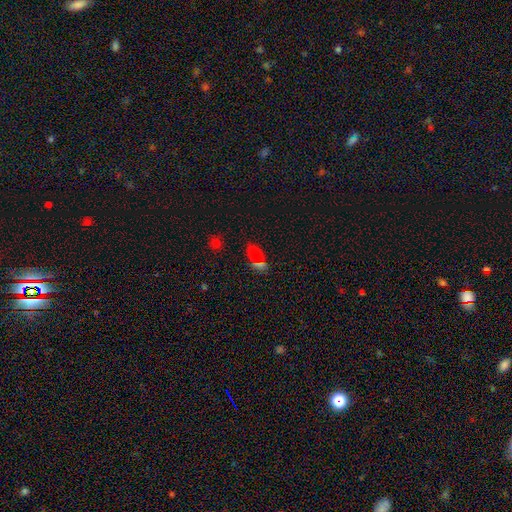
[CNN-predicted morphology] type=smooth (65%); roundness=in between (82%); merging=none (75%).